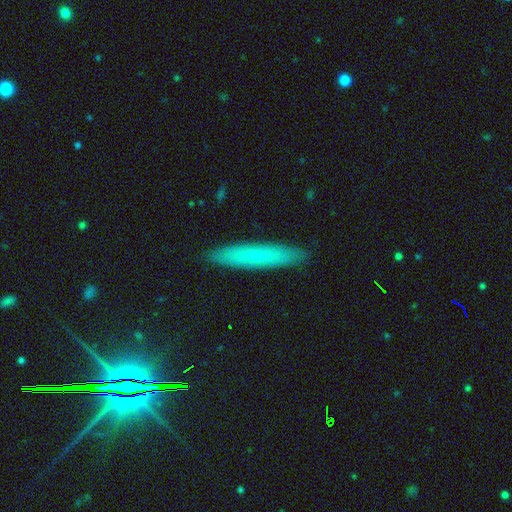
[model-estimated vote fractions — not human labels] smooth-or-featured: smooth: 67% | featured or disk: 24% | star or artifact: 9%
  how-rounded: cigar-shaped: 92% | in between: 6% | round: 1%
  merging: none: 91% | minor disturbance: 7% | major disturbance: 1% | merger: 1%